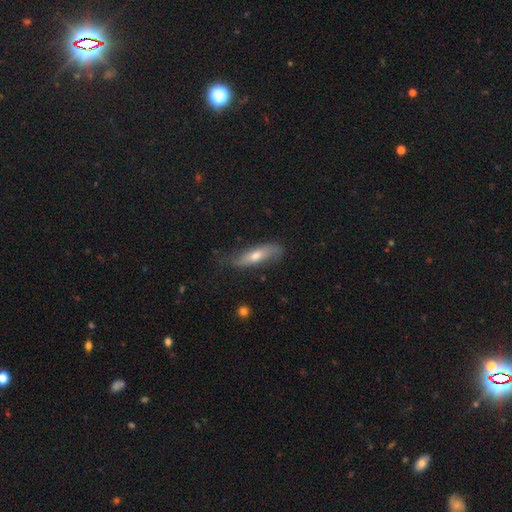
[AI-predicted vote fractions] A smooth galaxy with no disk features (51%) that is cigar-shaped (63%).

Vote fractions:
- Smooth or featured? smooth: 51% / featured or disk: 42% / star or artifact: 7%
- How rounded? cigar-shaped: 63% / in between: 34% / round: 3%
- Merging? none: 65% / minor disturbance: 26% / major disturbance: 7% / merger: 2%